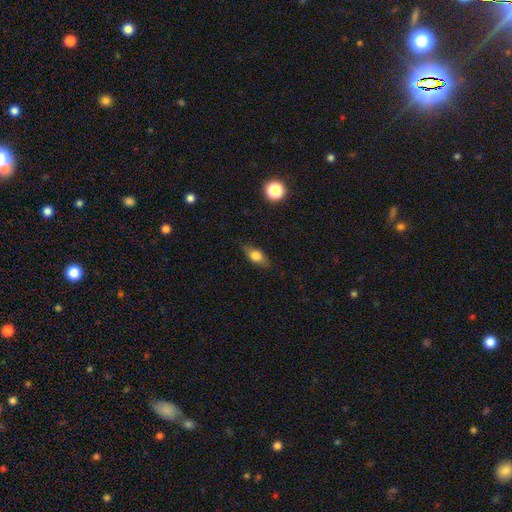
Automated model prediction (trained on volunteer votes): smooth_or_featured: smooth (p=0.71) [alt: featured or disk p=0.21]
how_rounded: in between (p=0.76) [alt: cigar-shaped p=0.15]
merging: none (p=0.81) [alt: minor disturbance p=0.14]